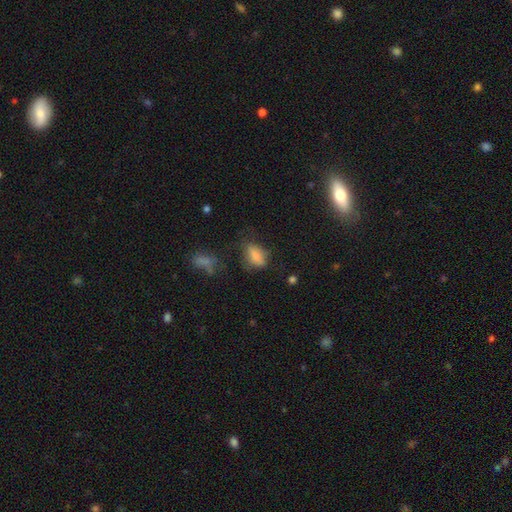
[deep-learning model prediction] Smooth or featured?
  - smooth: 78% *
  - featured or disk: 11%
  - star or artifact: 11%
How rounded?
  - in between: 84% *
  - round: 10%
  - cigar-shaped: 6%
Merging?
  - none: 50% *
  - minor disturbance: 29%
  - major disturbance: 17%
  - merger: 4%